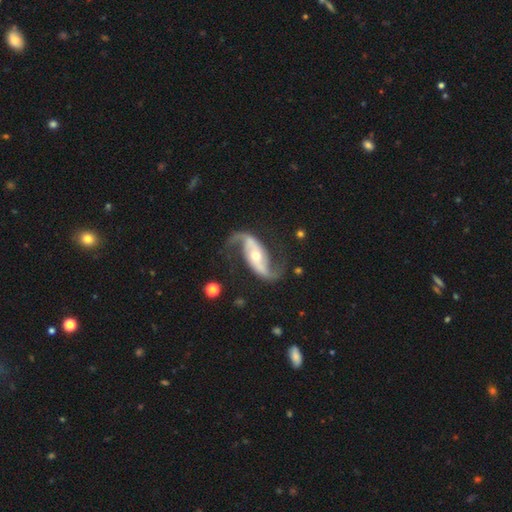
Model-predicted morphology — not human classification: Overall: featured or disk (92%). Edge-on disk: no (96%). Bar: no (37%; strong 34%). Spiral arms: yes (97%). Spiral arm count: 2 (94%). Spiral winding: loose (71%). Bulge size: moderate (58%; small 36%). Merging: none (78%).